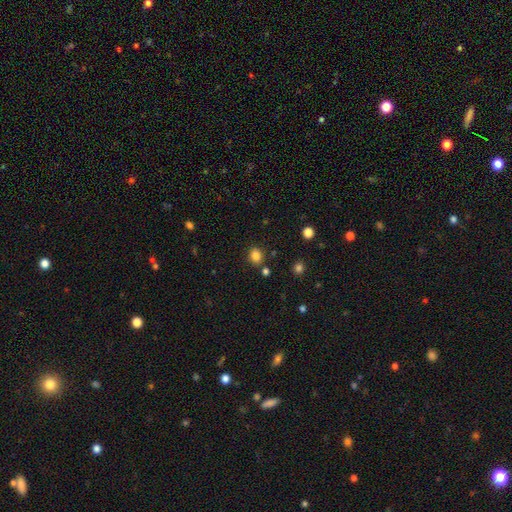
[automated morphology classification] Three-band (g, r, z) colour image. It shows a smooth galaxy with no disk features (83%) that is round (68%). Merging: none (82%).